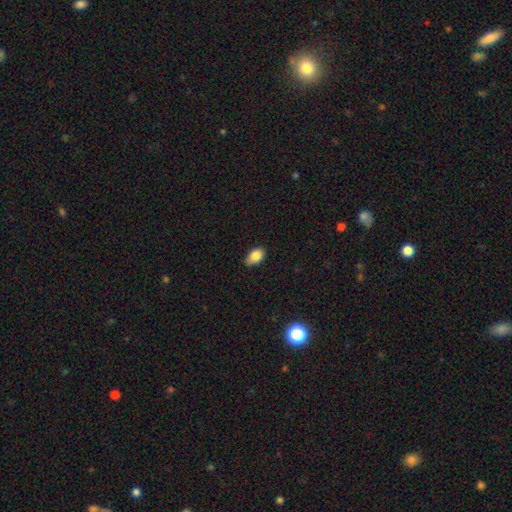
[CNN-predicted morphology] A smooth galaxy with no disk features (84%) that is in between round and cigar-shaped (90%). Merging: none (76%).